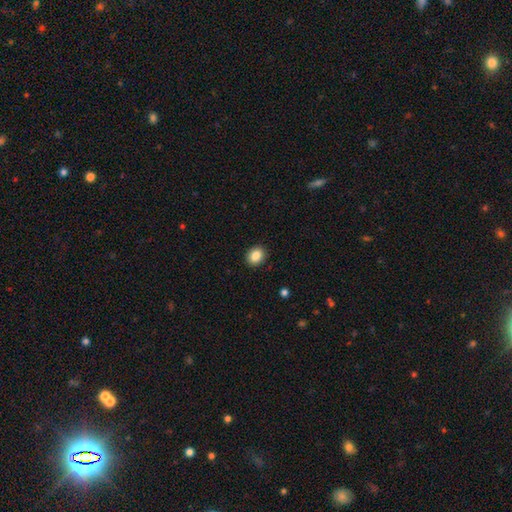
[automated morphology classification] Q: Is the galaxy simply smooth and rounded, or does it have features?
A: smooth — 87%.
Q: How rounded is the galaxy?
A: round — 53%.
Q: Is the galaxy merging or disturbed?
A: none — 91%.